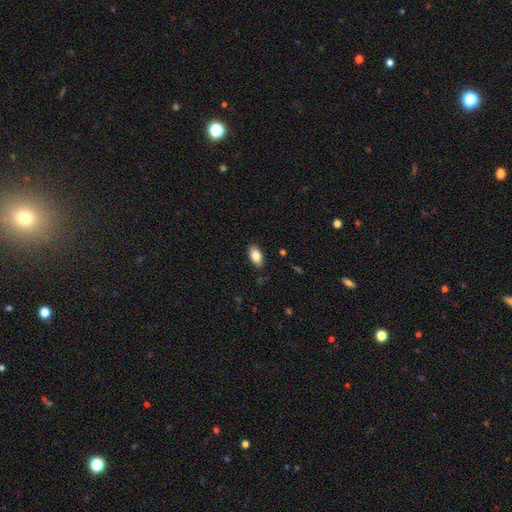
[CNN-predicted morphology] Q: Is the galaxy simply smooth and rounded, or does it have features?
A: smooth — 85%.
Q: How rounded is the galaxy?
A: in between — 93%.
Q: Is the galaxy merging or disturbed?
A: none — 86%.